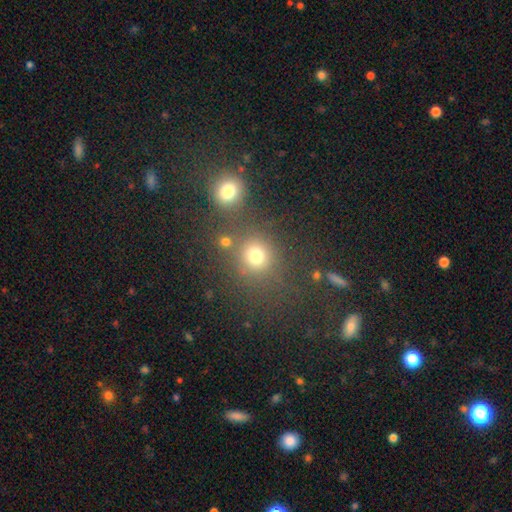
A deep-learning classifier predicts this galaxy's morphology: type=smooth (75%); roundness=round (84%); merging=none (66%).